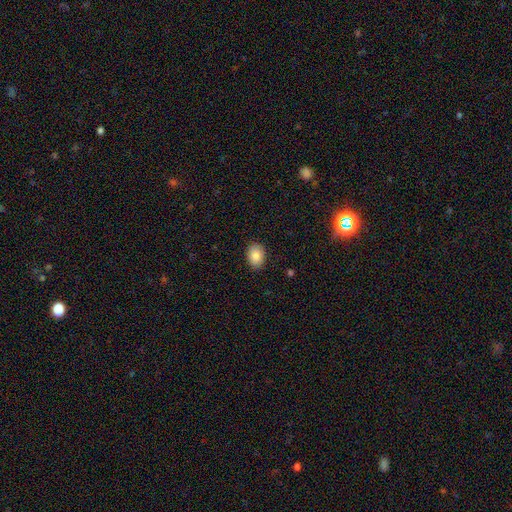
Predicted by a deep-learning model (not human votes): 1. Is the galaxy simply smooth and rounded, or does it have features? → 86% smooth, 8% star or artifact, 6% featured or disk.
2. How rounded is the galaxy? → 80% in between, 19% round, 1% cigar-shaped.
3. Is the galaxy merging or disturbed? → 87% none, 10% minor disturbance, 2% major disturbance, 1% merger.